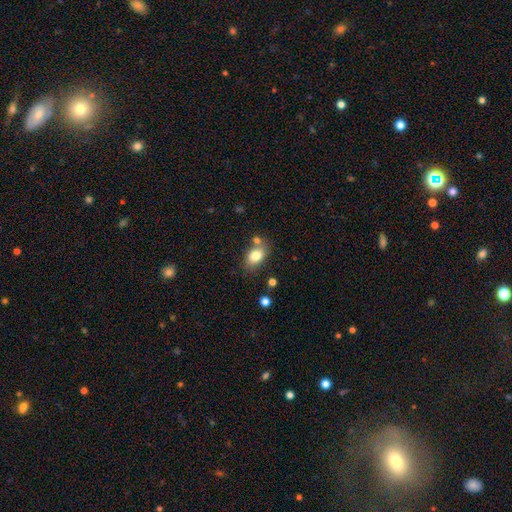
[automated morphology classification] A smooth galaxy with no disk features (80%) that is in between round and cigar-shaped (81%).

Vote fractions:
- Smooth or featured? smooth: 80% / featured or disk: 12% / star or artifact: 9%
- How rounded? in between: 81% / round: 18% / cigar-shaped: 2%
- Merging? none: 65% / minor disturbance: 16% / merger: 15% / major disturbance: 5%